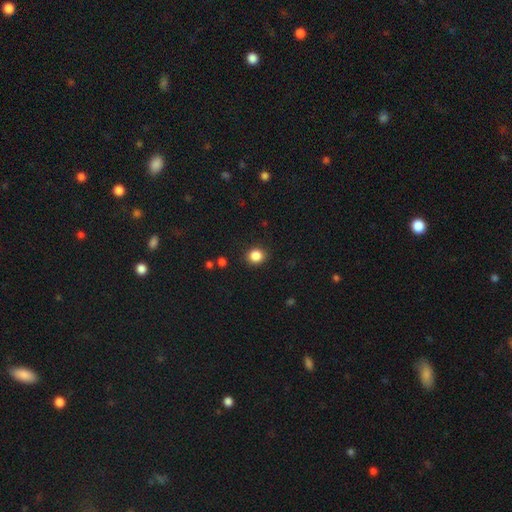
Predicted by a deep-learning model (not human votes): Smooth or featured: smooth — 86% (star or artifact — 11%)
How rounded: round — 80% (in between — 19%)
Merging: none — 90% (minor disturbance — 7%)